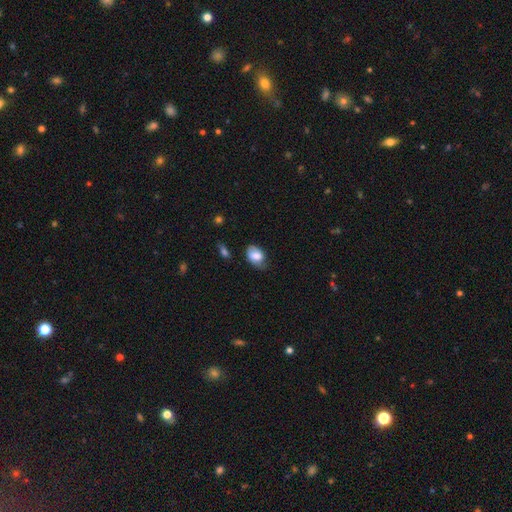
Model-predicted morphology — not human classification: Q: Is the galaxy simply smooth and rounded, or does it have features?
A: smooth — 78%.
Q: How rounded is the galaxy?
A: in between — 81%.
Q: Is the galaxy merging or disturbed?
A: none — 50%.